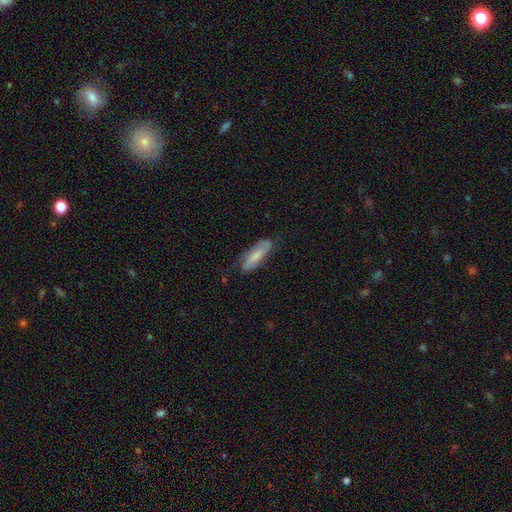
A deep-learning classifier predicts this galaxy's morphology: smooth 54%, featured or disk 39%, star or artifact 7%. Down the decision tree: how rounded — in between (50%); merging — none (67%).